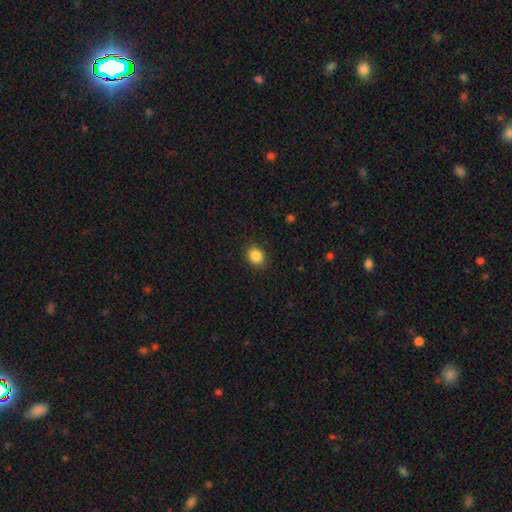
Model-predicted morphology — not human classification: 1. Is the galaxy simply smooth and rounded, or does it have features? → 87% smooth, 9% star or artifact, 4% featured or disk.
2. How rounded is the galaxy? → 52% round, 47% in between, 1% cigar-shaped.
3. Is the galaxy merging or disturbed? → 88% none, 9% minor disturbance, 2% major disturbance, 1% merger.